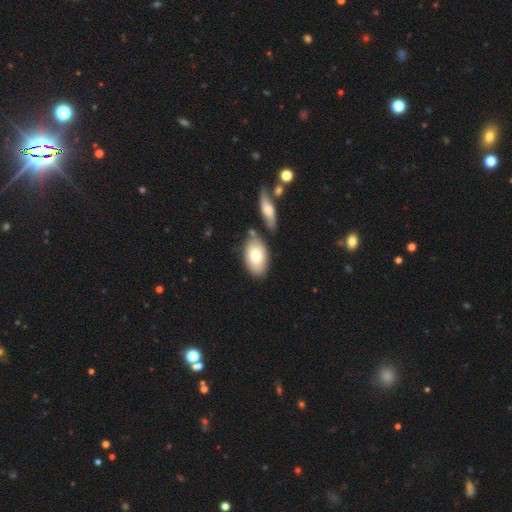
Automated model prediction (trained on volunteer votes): Q: Smooth or featured?
A: smooth (77%); runner-up: featured or disk (17%)
Q: How rounded?
A: in between (93%); runner-up: round (5%)
Q: Merging?
A: none (72%); runner-up: minor disturbance (13%)